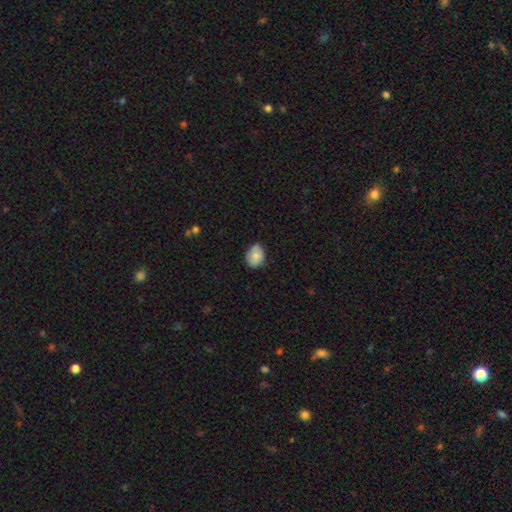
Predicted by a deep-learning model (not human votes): Morphology: type=smooth (80%); roundness=in between (65%); merging=none (73%).